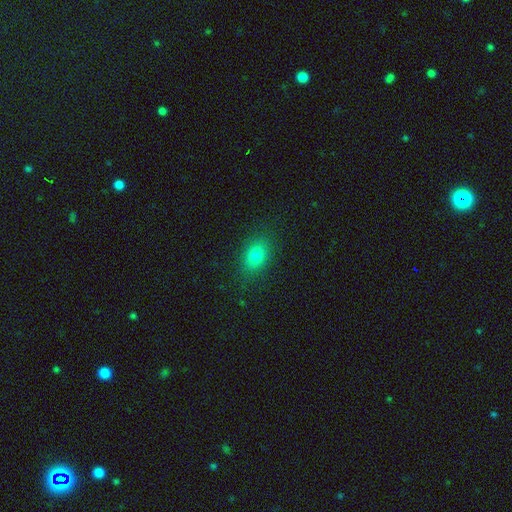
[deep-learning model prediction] This appears to be a smooth galaxy with no disk features (79%) that is in between round and cigar-shaped (73%). Merging: none (84%).